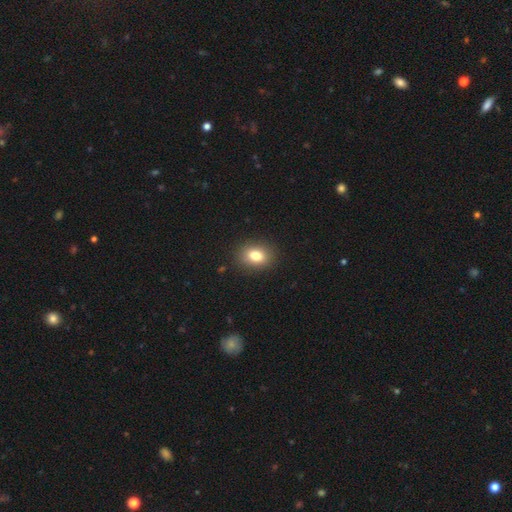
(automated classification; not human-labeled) Smooth or featured? smooth (81%)
How rounded? in between (61%)
Merging? none (89%)